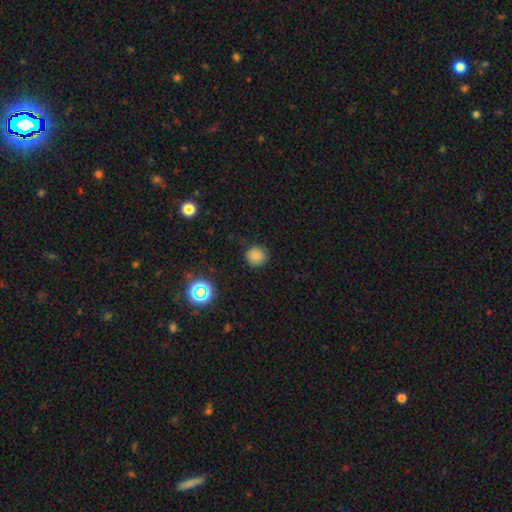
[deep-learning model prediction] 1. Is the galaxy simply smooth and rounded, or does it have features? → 80% smooth, 15% star or artifact, 5% featured or disk.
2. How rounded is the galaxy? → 93% round, 6% in between, 1% cigar-shaped.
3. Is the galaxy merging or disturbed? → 87% none, 9% minor disturbance, 3% major disturbance, 1% merger.